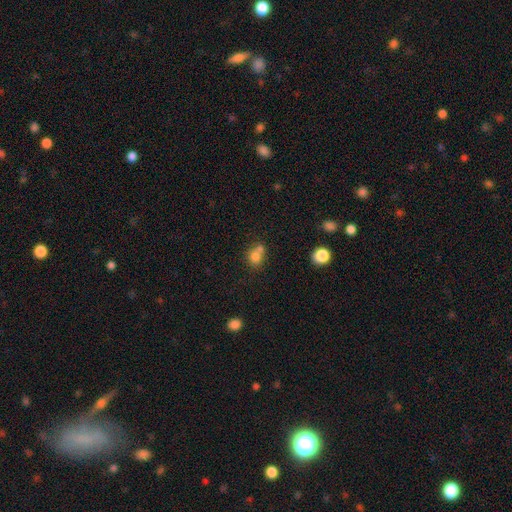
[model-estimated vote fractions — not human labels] A smooth galaxy with no disk features (76%) that is round (68%). Merging: merger (49%).